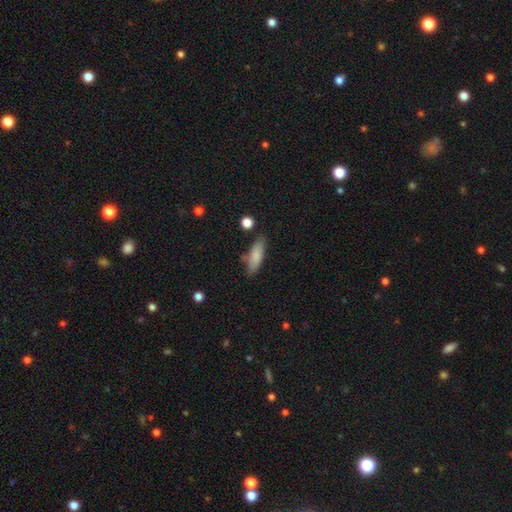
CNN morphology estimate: smooth 82%, featured or disk 11%, star or artifact 7%. Down the decision tree: how rounded — in between (55%); merging — none (72%).